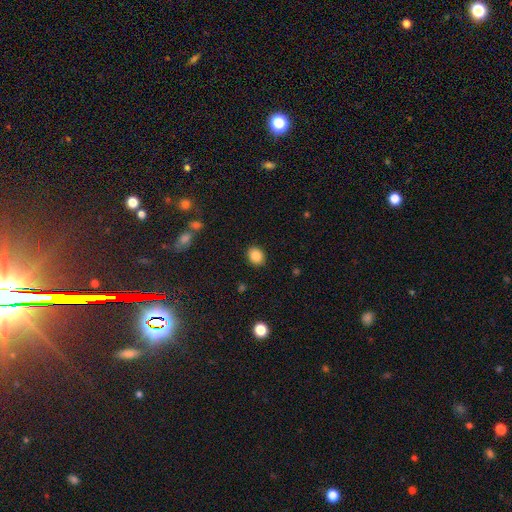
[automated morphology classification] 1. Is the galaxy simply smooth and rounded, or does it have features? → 86% smooth, 9% star or artifact, 5% featured or disk.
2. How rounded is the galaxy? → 51% round, 48% in between, 1% cigar-shaped.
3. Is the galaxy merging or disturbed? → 89% none, 8% minor disturbance, 2% major disturbance, 1% merger.